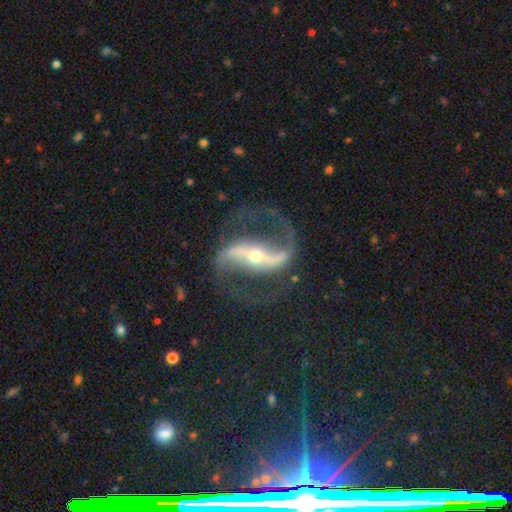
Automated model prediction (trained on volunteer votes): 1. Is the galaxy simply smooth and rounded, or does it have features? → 93% featured or disk, 5% star or artifact, 3% smooth.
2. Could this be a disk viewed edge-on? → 96% no, 4% yes.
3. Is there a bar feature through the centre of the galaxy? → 69% strong, 19% weak, 12% no.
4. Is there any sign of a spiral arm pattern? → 97% yes, 3% no.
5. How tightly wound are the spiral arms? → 47% loose, 44% medium, 9% tight.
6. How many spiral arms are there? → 94% 2, 2% 1, 1% can't tell, 1% 3, 1% 4, 1% more than 4.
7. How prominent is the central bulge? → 55% small, 41% moderate, 2% large, 1% dominant, 1% none.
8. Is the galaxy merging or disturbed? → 78% none, 11% minor disturbance, 9% major disturbance, 2% merger.